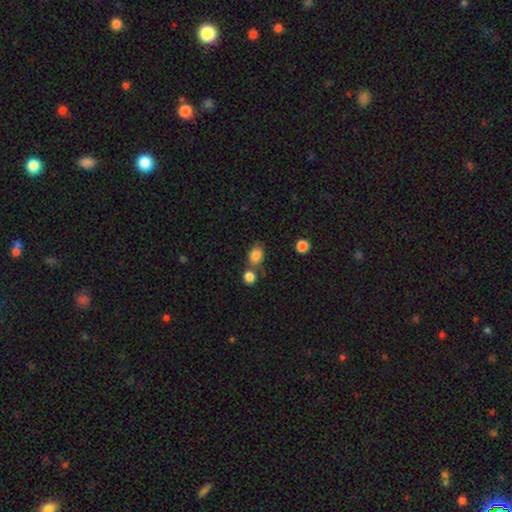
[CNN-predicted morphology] A smooth galaxy with no disk features (83%) that is in between round and cigar-shaped (58%). Merging: none (52%).